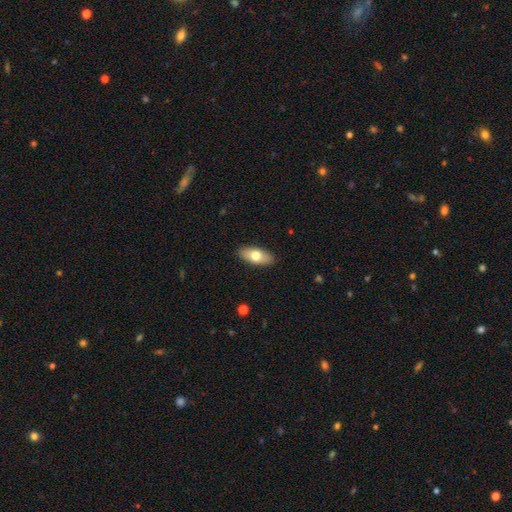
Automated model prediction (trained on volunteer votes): Morphology: type=smooth (71%); roundness=in between (86%); merging=none (89%).